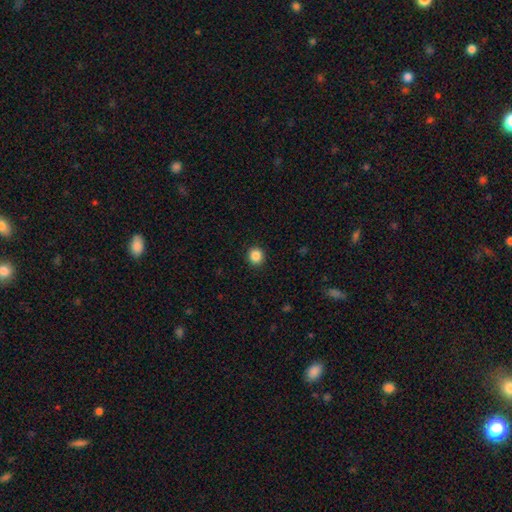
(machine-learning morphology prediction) This appears to be a smooth galaxy with no disk features (86%) that is round (90%). Merging: none (92%).